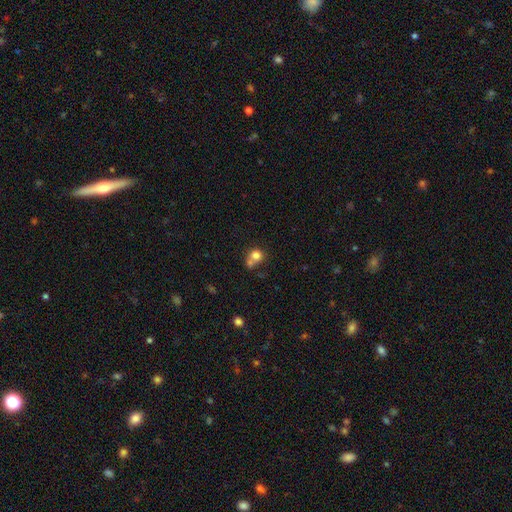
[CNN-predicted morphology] This is likely a smooth galaxy (78%). How rounded: likely round (73%). Merging: marginally merger (43%).